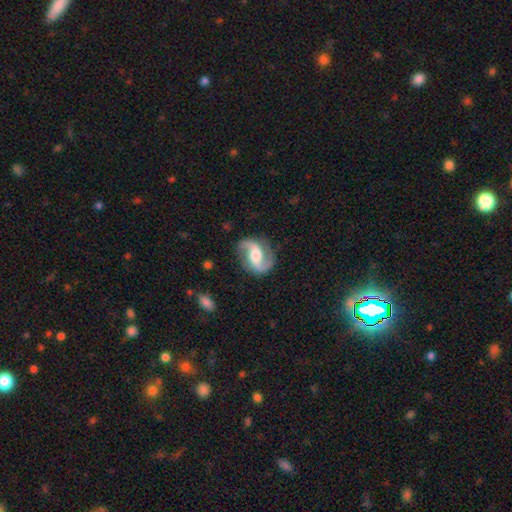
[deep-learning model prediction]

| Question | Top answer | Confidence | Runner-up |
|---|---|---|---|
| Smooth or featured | featured or disk | 89% | smooth (6%) |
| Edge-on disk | no | 98% | yes (2%) |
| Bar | weak | 42% | no (35%) |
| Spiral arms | yes | 97% | no (3%) |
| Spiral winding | loose | 45% | tied: medium (45%) |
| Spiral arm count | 2 | 94% | can't tell (2%) |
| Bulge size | moderate | 62% | large (17%) |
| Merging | none | 82% | minor disturbance (12%) |